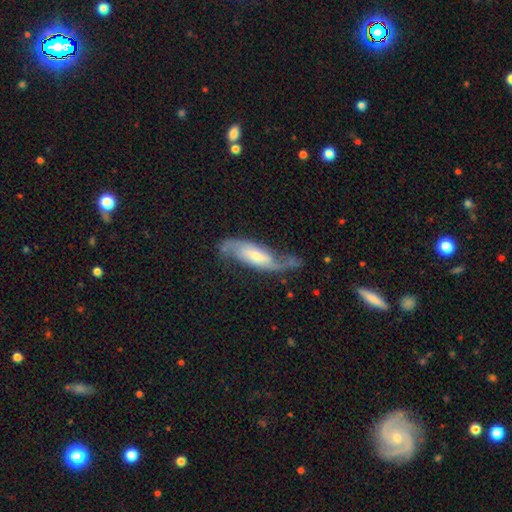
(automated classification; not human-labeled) featured or disk 80%, smooth 14%, star or artifact 6%. Down the decision tree: edge-on disk — no (89%); bar — weak (40%); spiral arms — yes (95%); spiral arm count — 2 (89%); spiral winding — loose (54%); bulge size — small (46%); merging — none (65%).